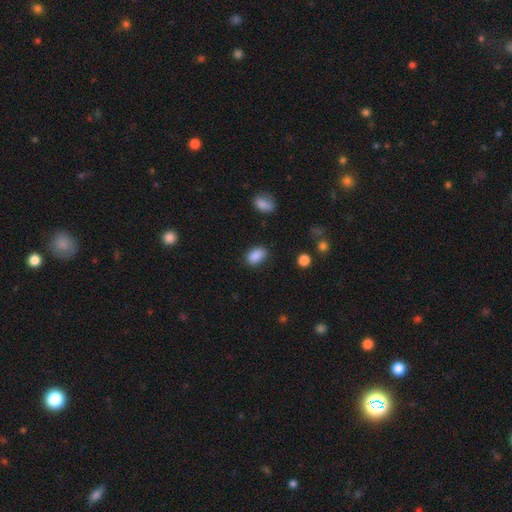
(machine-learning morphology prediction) A smooth galaxy with no disk features (89%) that is in between round and cigar-shaped (88%). Merging: none (82%).